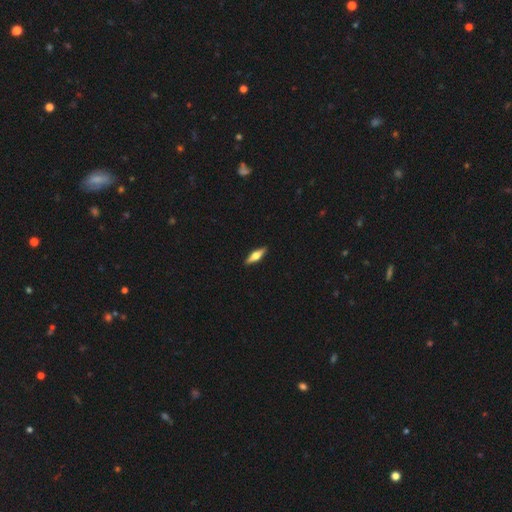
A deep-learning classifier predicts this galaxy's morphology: A featured or disk galaxy (53%) viewed edge-on (94%) with a rounded central bulge (94%). Merging: none (91%).